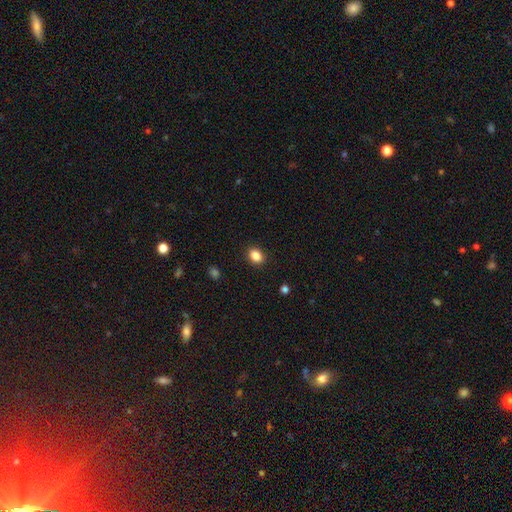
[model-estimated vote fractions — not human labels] Overall: smooth (86%). How rounded: in between (54%; round 45%). Merging: none (90%).